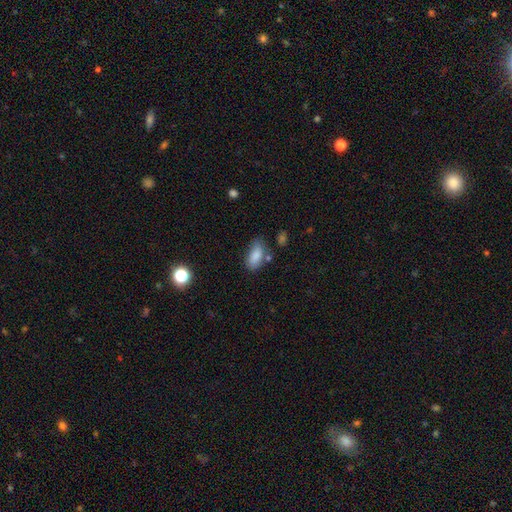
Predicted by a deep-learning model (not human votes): A smooth galaxy with no disk features (85%) that is in between round and cigar-shaped (90%).

Vote fractions:
- Smooth or featured? smooth: 85% / star or artifact: 8% / featured or disk: 7%
- How rounded? in between: 90% / cigar-shaped: 7% / round: 4%
- Merging? none: 62% / minor disturbance: 24% / merger: 7% / major disturbance: 6%